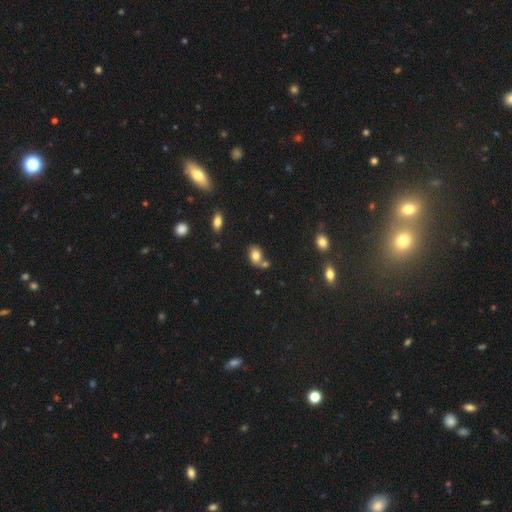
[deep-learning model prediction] smooth-or-featured: smooth: 79% | star or artifact: 10% | featured or disk: 10%
  how-rounded: in between: 74% | round: 25% | cigar-shaped: 2%
  merging: none: 49% | merger: 31% | minor disturbance: 15% | major disturbance: 5%